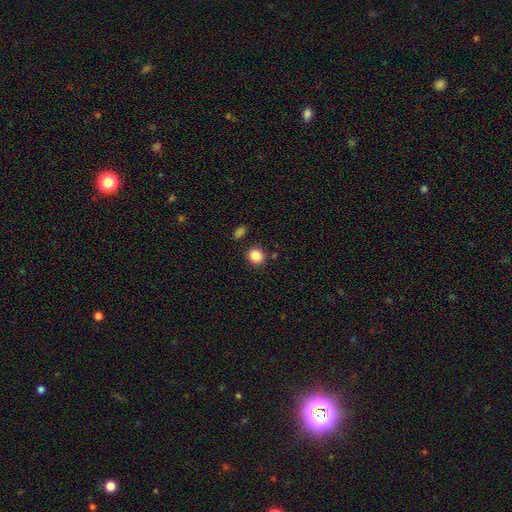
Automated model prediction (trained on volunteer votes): Smooth or featured? smooth (87%)
How rounded? round (78%)
Merging? none (85%)